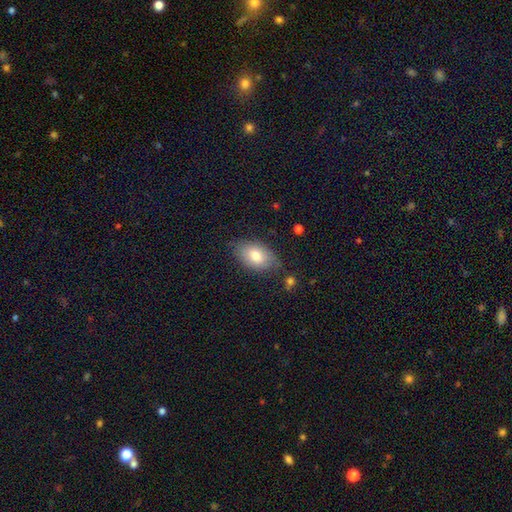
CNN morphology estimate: Smooth or featured? smooth (75%)
How rounded? in between (89%)
Merging? none (74%)